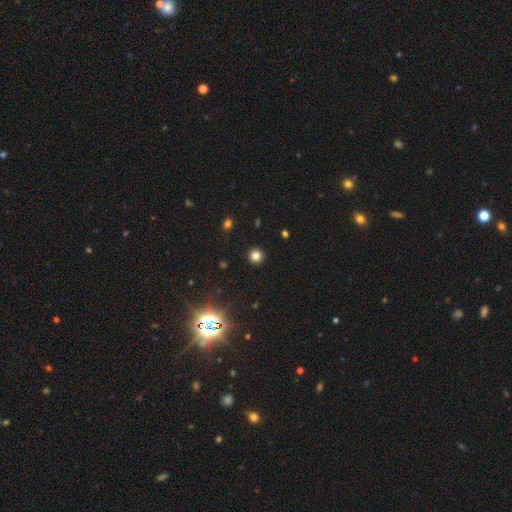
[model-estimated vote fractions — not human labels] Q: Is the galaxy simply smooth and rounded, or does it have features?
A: smooth — 80%.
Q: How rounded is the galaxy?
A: round — 94%.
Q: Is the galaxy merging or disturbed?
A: none — 93%.